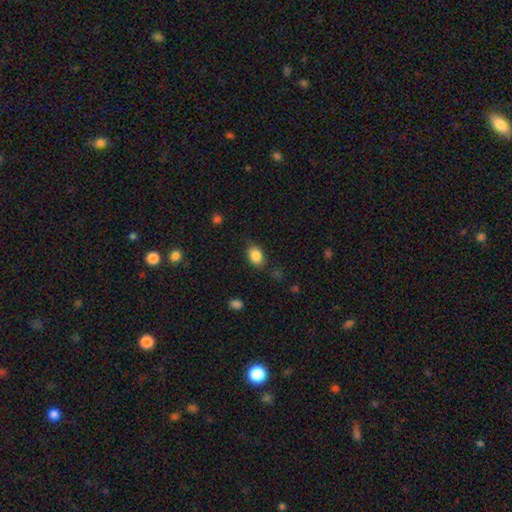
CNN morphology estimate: Smooth or featured?
  - smooth: 85% *
  - star or artifact: 8%
  - featured or disk: 6%
How rounded?
  - in between: 73% *
  - round: 25%
  - cigar-shaped: 1%
Merging?
  - none: 76% *
  - minor disturbance: 18%
  - major disturbance: 5%
  - merger: 2%